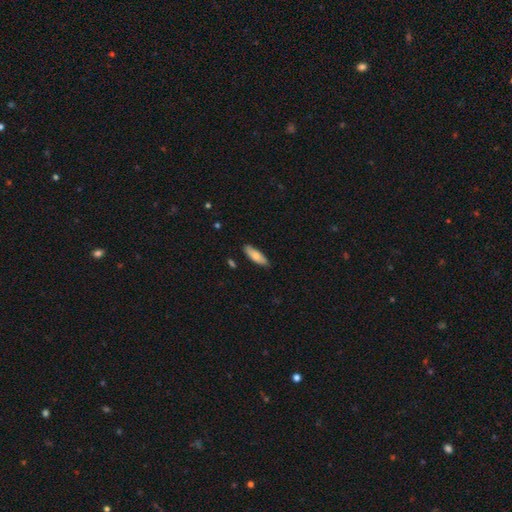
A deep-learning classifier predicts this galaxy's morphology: type=smooth (78%); roundness=in between (55%); merging=none (85%).